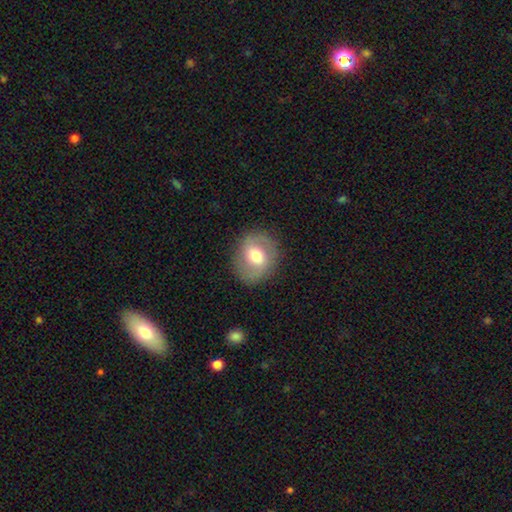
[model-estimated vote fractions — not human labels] Smooth or featured: featured or disk — 46% (tied with smooth — 46%)
Merging: none — 84% (minor disturbance — 11%)